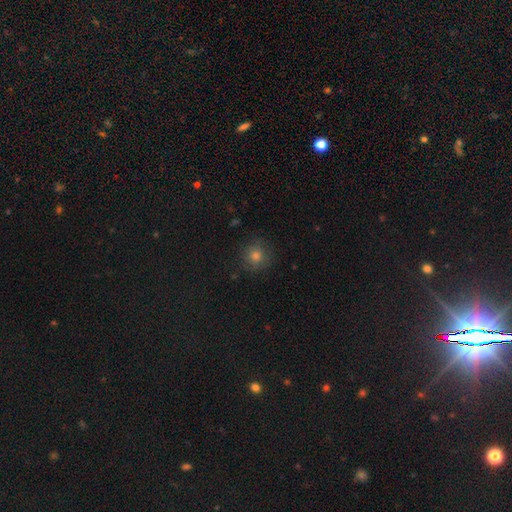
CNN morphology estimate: This appears to be a smooth galaxy with no disk features (73%) that is round (93%). Merging: none (86%).